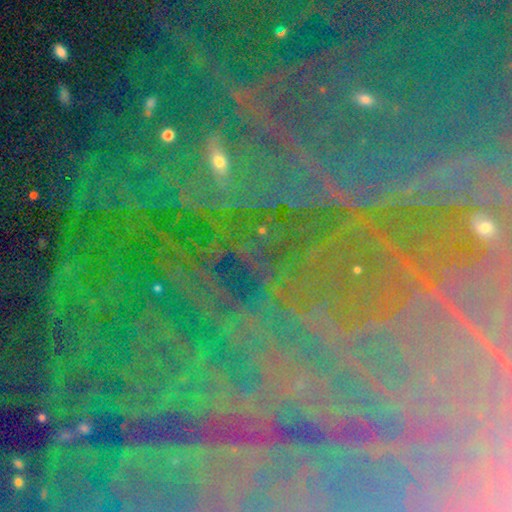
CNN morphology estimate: Smooth or featured: star or artifact — 87% (featured or disk — 7%)